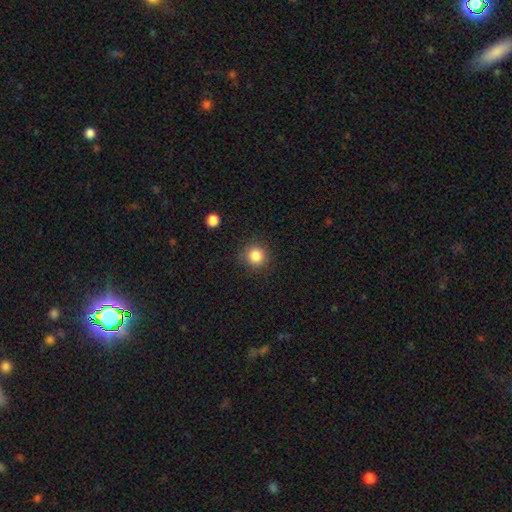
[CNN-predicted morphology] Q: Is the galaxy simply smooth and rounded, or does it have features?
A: smooth — 85%.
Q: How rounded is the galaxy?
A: round — 92%.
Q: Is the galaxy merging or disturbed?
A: none — 88%.